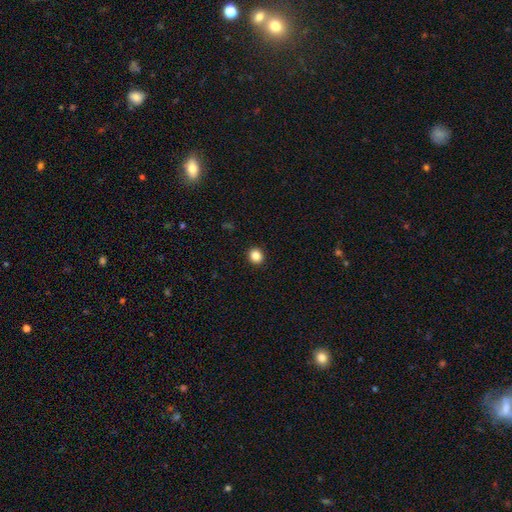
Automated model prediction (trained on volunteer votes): The model was most divided on "how rounded": round: 81%, in between: 18%, cigar-shaped: 1%. More confident: merging — none (93%); smooth or featured — smooth (86%).